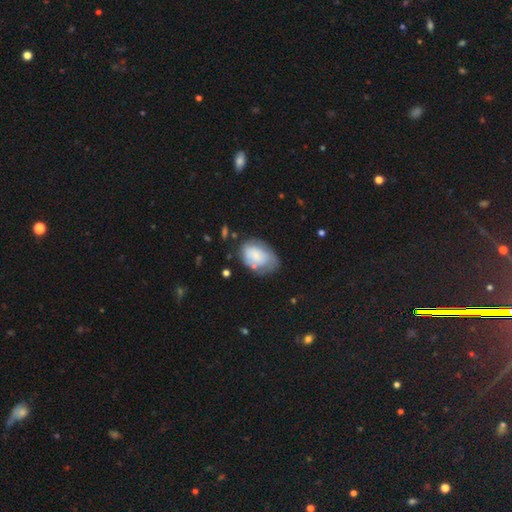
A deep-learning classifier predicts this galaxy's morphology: This is likely a smooth galaxy (65%). How rounded: likely in between (79%). Merging: possibly none (49%).